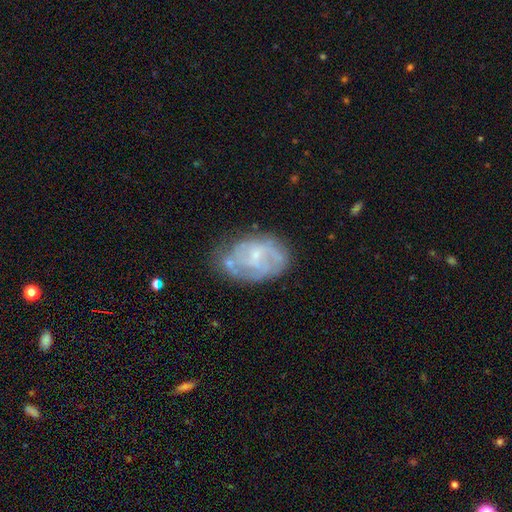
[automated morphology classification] A featured or disk galaxy (69%) with no bar (56%), spiral arms (71%) and a small central bulge (62%). Merging: none (57%).